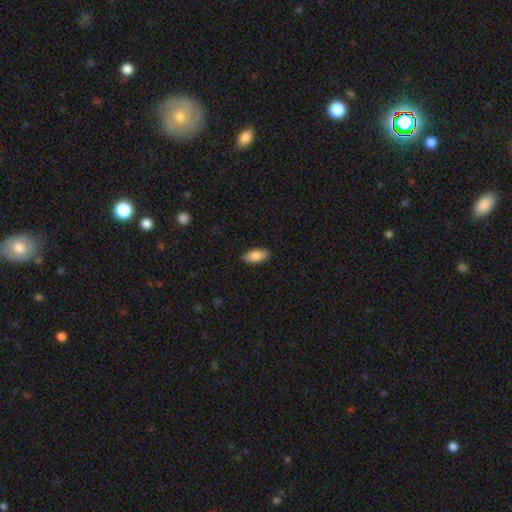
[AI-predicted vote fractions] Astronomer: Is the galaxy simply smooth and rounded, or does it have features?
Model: smooth — 86%.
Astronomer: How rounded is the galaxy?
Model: in between — 91%.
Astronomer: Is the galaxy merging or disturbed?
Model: none — 88%.